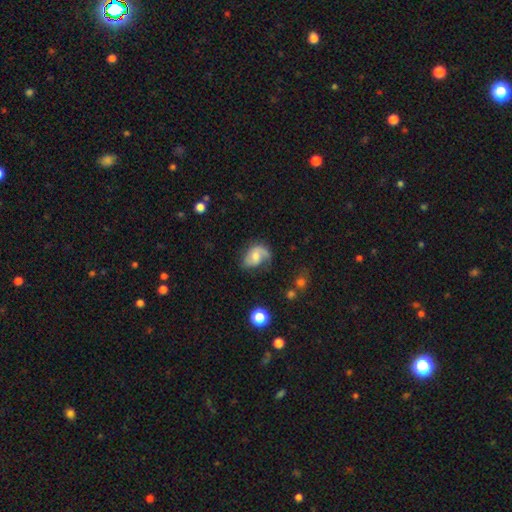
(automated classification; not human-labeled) Morphology: type=featured or disk (57%); edge-on=no (97%); bar=no (57%); spiral arms=yes (86%); bulge=moderate (52%); merging=none (48%).